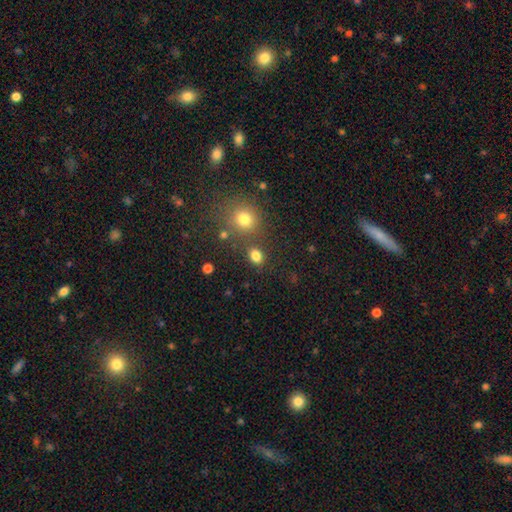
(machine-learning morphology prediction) Smooth or featured: smooth — 82% (star or artifact — 13%)
How rounded: in between — 57% (round — 42%)
Merging: none — 76% (minor disturbance — 10%)